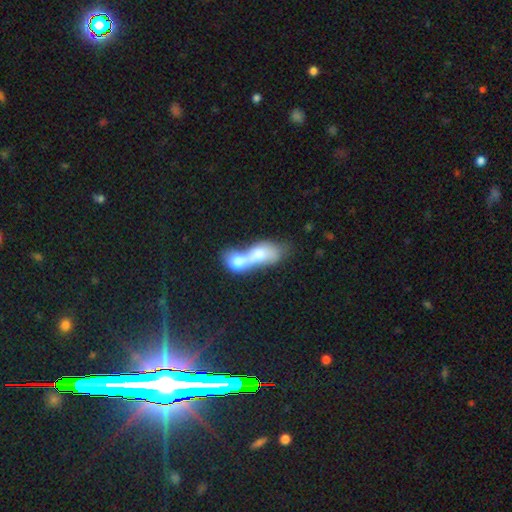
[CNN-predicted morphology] Smooth or featured?
  - smooth: 63% *
  - featured or disk: 29%
  - star or artifact: 8%
How rounded?
  - in between: 64% *
  - round: 22%
  - cigar-shaped: 14%
Merging?
  - merger: 83% *
  - none: 7%
  - major disturbance: 6%
  - minor disturbance: 4%